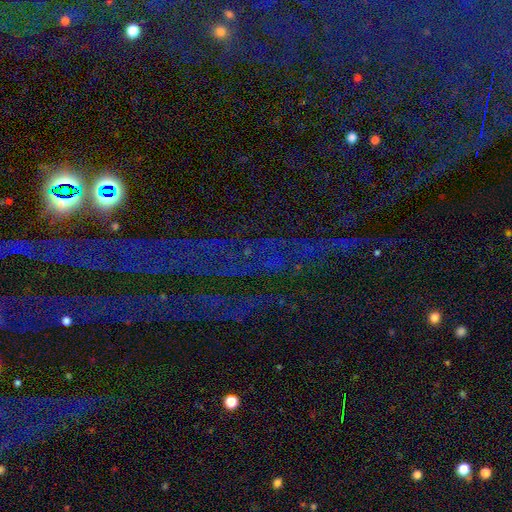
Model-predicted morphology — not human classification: Smooth or featured?
  - star or artifact: 83% *
  - featured or disk: 9%
  - smooth: 8%